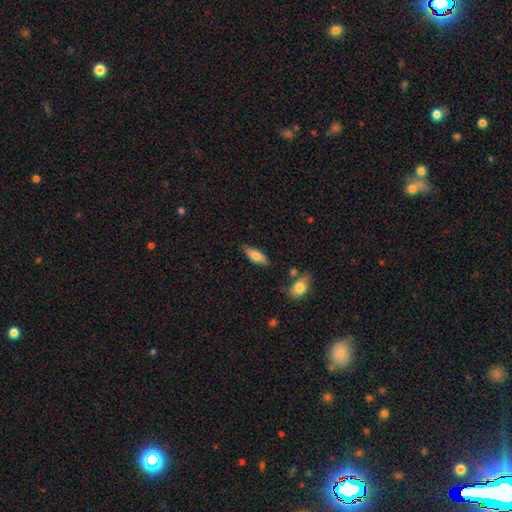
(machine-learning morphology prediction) This appears to be a smooth galaxy with no disk features (78%) that is in between round and cigar-shaped (60%). Merging: none (79%).